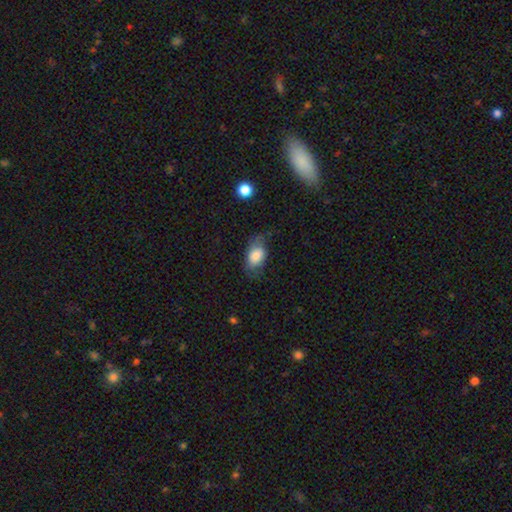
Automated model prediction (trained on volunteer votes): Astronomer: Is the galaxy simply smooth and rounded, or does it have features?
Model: smooth — 72%.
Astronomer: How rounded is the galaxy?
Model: in between — 90%.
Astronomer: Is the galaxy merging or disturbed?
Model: none — 54%.